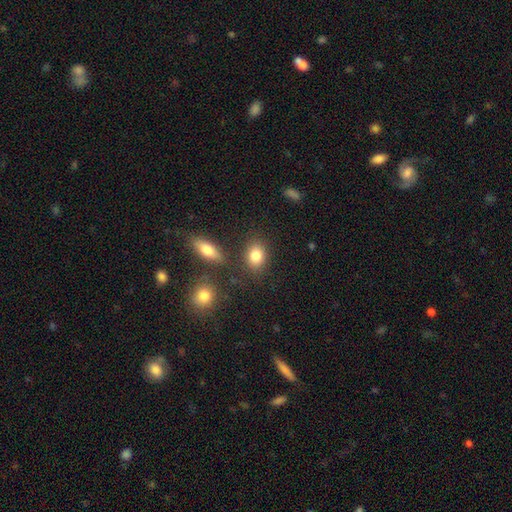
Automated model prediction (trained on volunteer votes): Smooth or featured? smooth (84%)
How rounded? in between (64%)
Merging? none (79%)